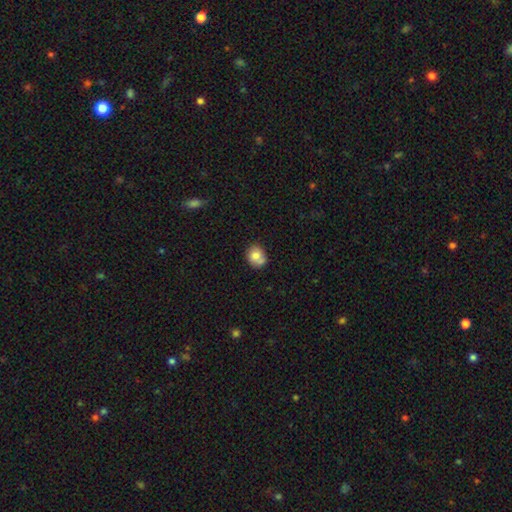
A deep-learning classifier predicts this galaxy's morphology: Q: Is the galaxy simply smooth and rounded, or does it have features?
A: smooth — 76%.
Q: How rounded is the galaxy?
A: round — 69%.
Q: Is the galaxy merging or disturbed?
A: none — 56%.